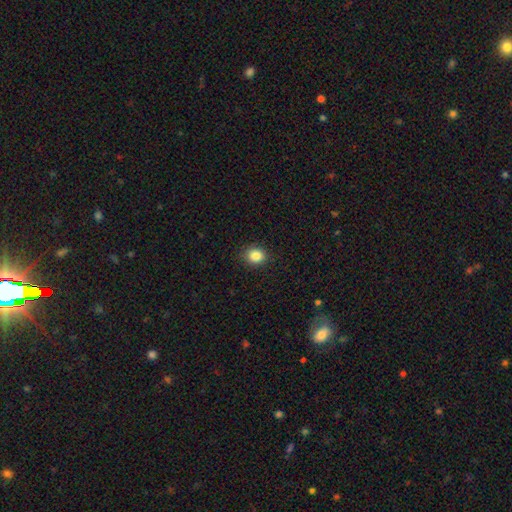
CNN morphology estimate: A smooth galaxy with no disk features (86%) that is round (70%).

Vote fractions:
- Smooth or featured? smooth: 86% / star or artifact: 10% / featured or disk: 4%
- How rounded? round: 70% / in between: 29% / cigar-shaped: 1%
- Merging? none: 88% / minor disturbance: 8% / major disturbance: 2% / merger: 1%